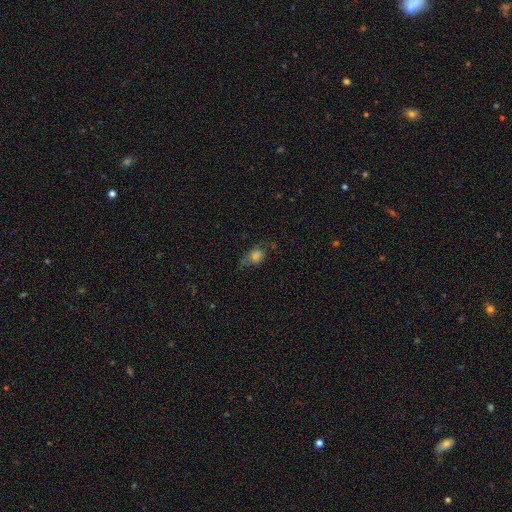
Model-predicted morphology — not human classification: smooth_or_featured: smooth (p=0.62) [alt: featured or disk p=0.20]
how_rounded: in between (p=0.58) [alt: round p=0.39]
merging: none (p=0.50) [alt: minor disturbance p=0.27]